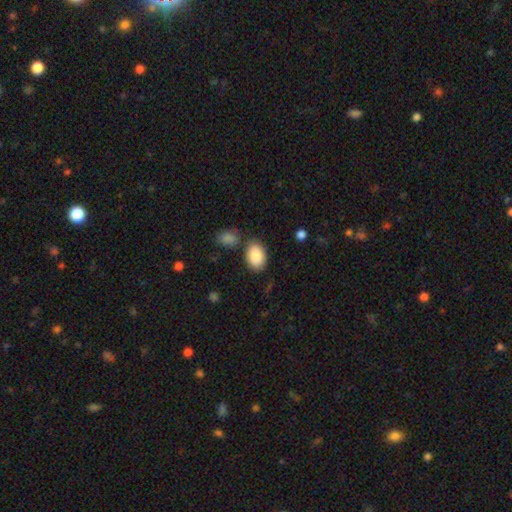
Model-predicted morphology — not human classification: smooth-or-featured: smooth: 88% | star or artifact: 6% | featured or disk: 6%
  how-rounded: in between: 88% | round: 11% | cigar-shaped: 1%
  merging: none: 75% | minor disturbance: 13% | merger: 8% | major disturbance: 4%